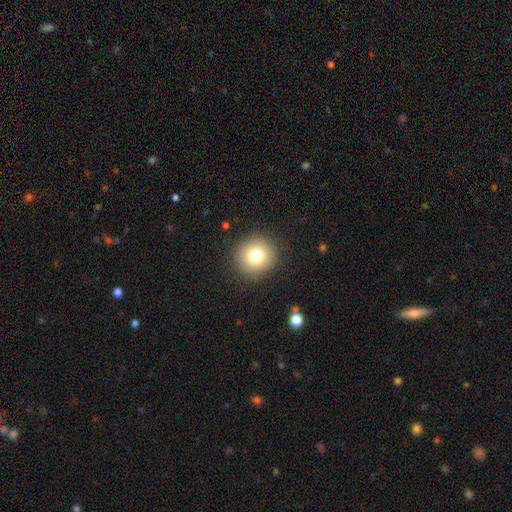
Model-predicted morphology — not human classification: This is likely a smooth galaxy (78%). How rounded: clearly round (90%). Merging: clearly none (90%).